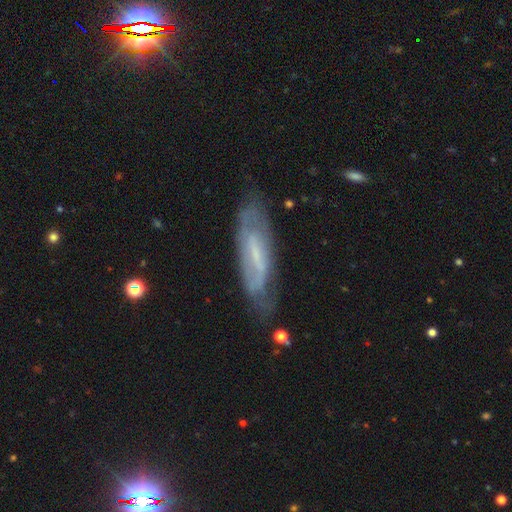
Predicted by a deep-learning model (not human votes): Smooth or featured? Predicted: featured or disk (p=0.68). Edge-on disk? Predicted: no (p=0.73). Merging? Predicted: none (p=0.70).